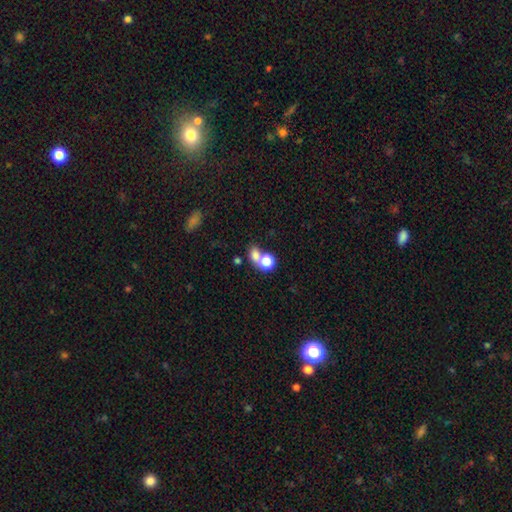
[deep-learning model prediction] smooth_or_featured: smooth (p=0.75) [alt: star or artifact p=0.14]
how_rounded: round (p=0.60) [alt: in between p=0.38]
merging: merger (p=0.50) [alt: none p=0.38]